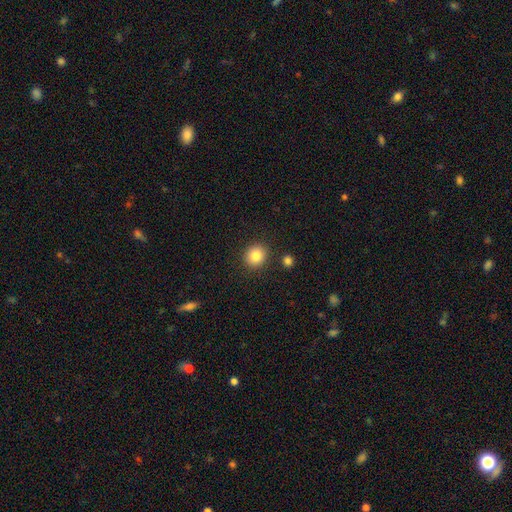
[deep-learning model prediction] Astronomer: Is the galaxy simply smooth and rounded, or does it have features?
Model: smooth — 83%.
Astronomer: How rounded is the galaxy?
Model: round — 88%.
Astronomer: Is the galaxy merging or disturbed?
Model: none — 89%.